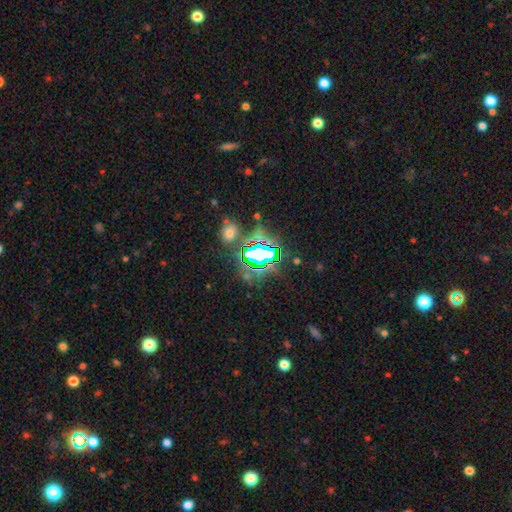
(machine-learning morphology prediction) A star or artifact, not a galaxy (75%).